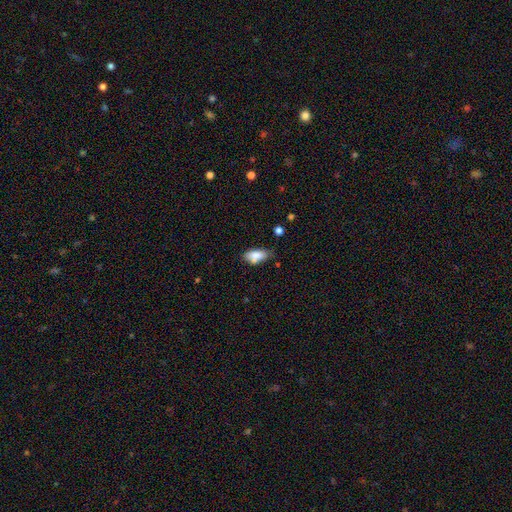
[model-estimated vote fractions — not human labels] This is clearly a smooth galaxy (81%). How rounded: clearly in between (88%). Merging: possibly none (53%).